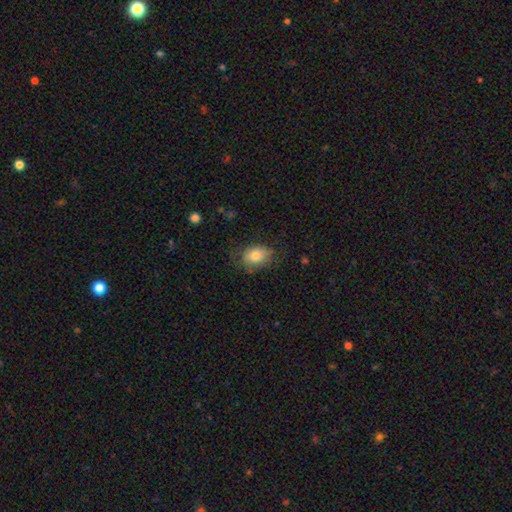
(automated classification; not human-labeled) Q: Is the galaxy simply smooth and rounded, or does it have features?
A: smooth — 79%.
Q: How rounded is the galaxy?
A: in between — 74%.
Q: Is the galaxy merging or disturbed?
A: none — 69%.